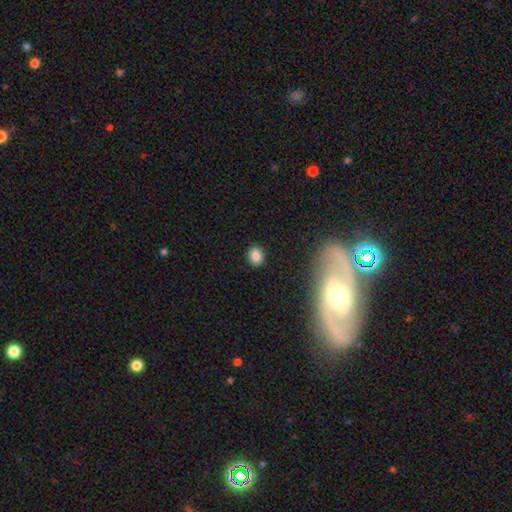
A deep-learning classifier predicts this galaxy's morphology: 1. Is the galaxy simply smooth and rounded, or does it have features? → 85% smooth, 11% star or artifact, 4% featured or disk.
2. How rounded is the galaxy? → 61% round, 37% in between, 1% cigar-shaped.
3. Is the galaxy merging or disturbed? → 90% none, 7% minor disturbance, 2% major disturbance, 1% merger.